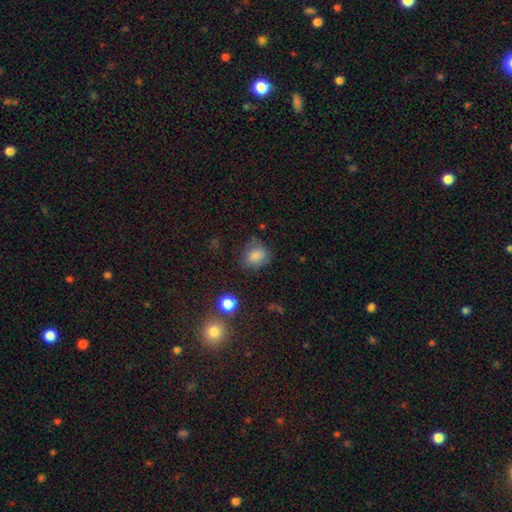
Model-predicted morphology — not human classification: A smooth galaxy with no disk features (81%) that is round (53%). Merging: none (62%).